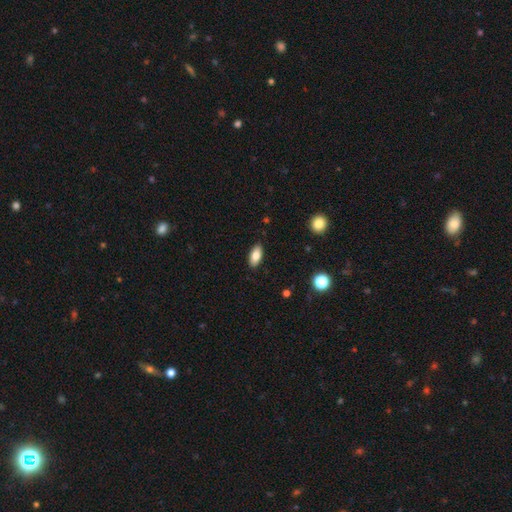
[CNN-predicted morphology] smooth-or-featured: smooth: 82% | featured or disk: 11% | star or artifact: 7%
  how-rounded: in between: 89% | cigar-shaped: 8% | round: 3%
  merging: none: 88% | minor disturbance: 9% | major disturbance: 2% | merger: 1%